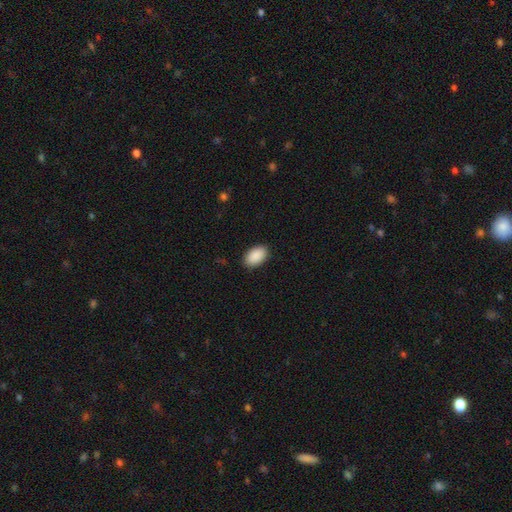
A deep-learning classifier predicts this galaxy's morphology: type=smooth (91%); roundness=in between (94%); merging=none (89%).